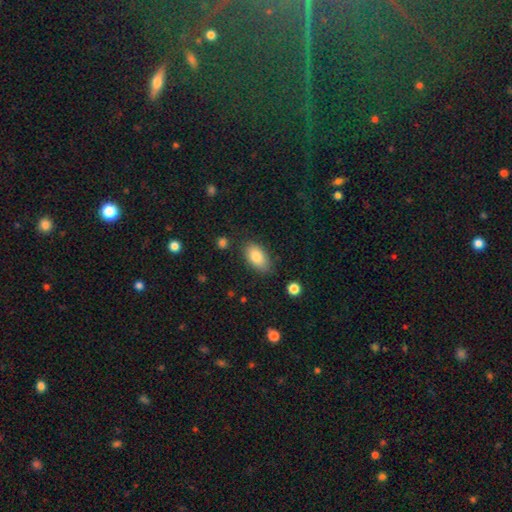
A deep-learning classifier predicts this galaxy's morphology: This is clearly a smooth galaxy (83%). How rounded: clearly in between (92%). Merging: likely none (79%).